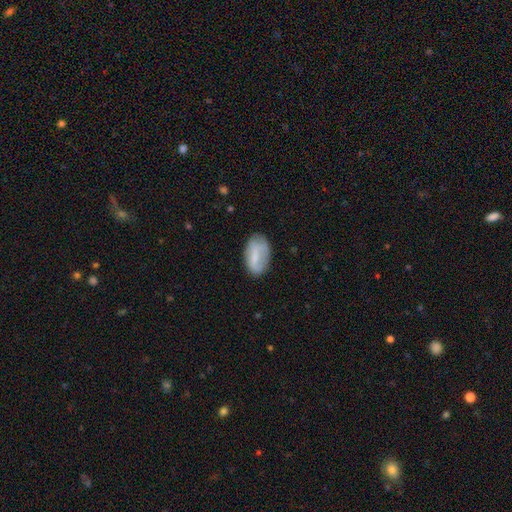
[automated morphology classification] Smooth or featured? smooth (68%)
How rounded? in between (93%)
Merging? none (69%)